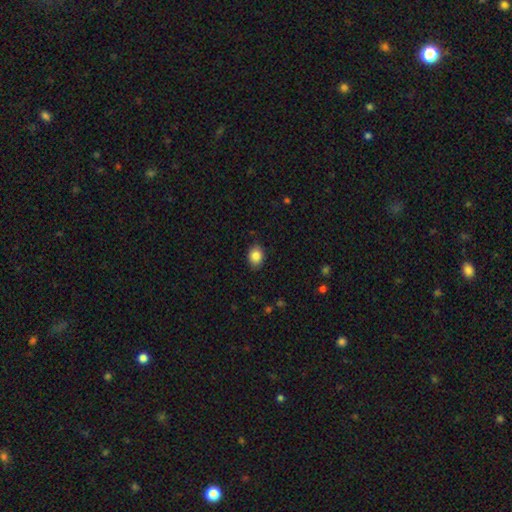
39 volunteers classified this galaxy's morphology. Q: Smooth or featured?
A: smooth (90%); runner-up: star or artifact (8%)
Q: How rounded?
A: in between (74%); runner-up: round (26%)
Q: Merging?
A: none (75%); runner-up: minor disturbance (17%)